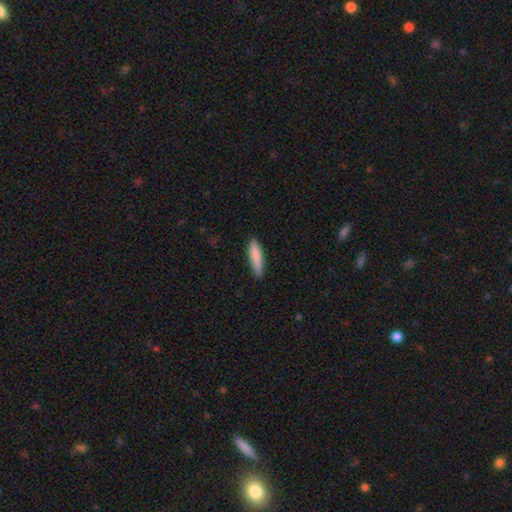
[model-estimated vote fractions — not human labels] smooth 85%, featured or disk 9%, star or artifact 6%. Down the decision tree: how rounded — cigar-shaped (73%); merging — none (82%).